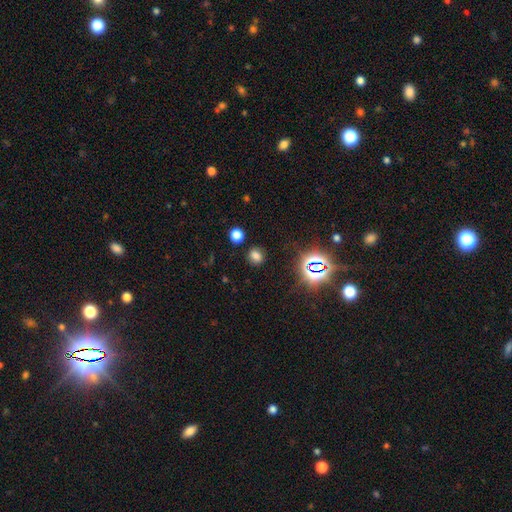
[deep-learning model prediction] Q: Smooth or featured?
A: smooth (68%); runner-up: star or artifact (25%)
Q: How rounded?
A: round (60%); runner-up: in between (38%)
Q: Merging?
A: none (84%); runner-up: minor disturbance (9%)